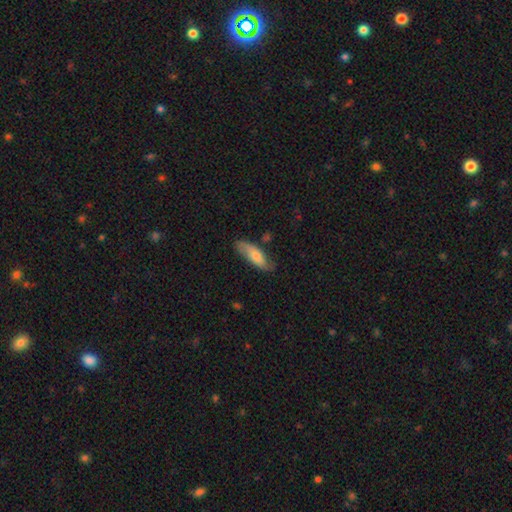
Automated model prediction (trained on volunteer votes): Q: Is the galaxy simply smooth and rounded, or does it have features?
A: smooth — 61%.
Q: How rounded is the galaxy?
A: in between — 56%.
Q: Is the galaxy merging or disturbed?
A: none — 72%.